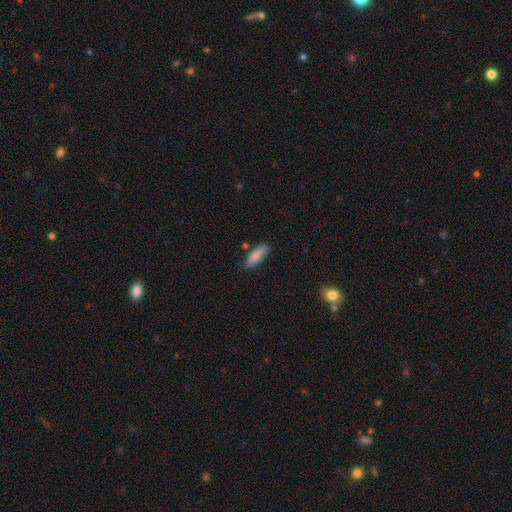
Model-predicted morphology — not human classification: This appears to be a smooth galaxy with no disk features (84%) that is cigar-shaped (50%). Merging: none (76%).